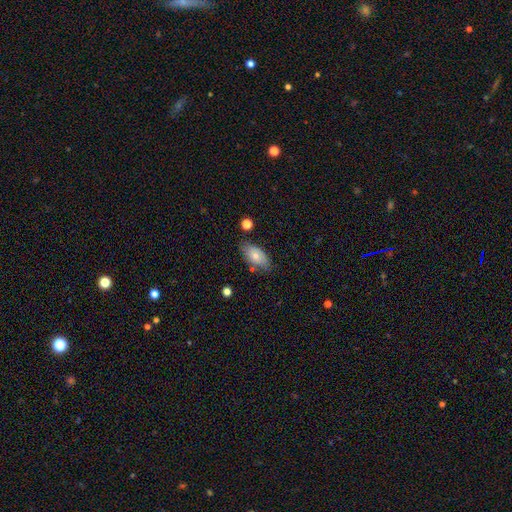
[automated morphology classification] Smooth or featured?
  - smooth: 72% *
  - featured or disk: 20%
  - star or artifact: 7%
How rounded?
  - in between: 92% *
  - round: 5%
  - cigar-shaped: 3%
Merging?
  - none: 72% *
  - minor disturbance: 20%
  - major disturbance: 4%
  - merger: 4%